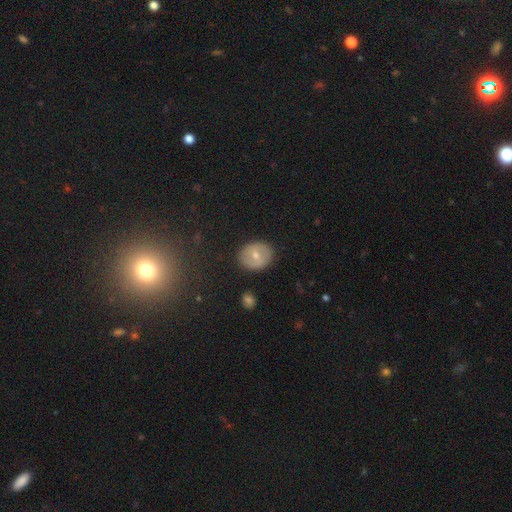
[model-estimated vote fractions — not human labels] The model was most divided on "how rounded": round: 55%, in between: 44%, cigar-shaped: 1%. More confident: merging — none (86%); smooth or featured — smooth (52%).